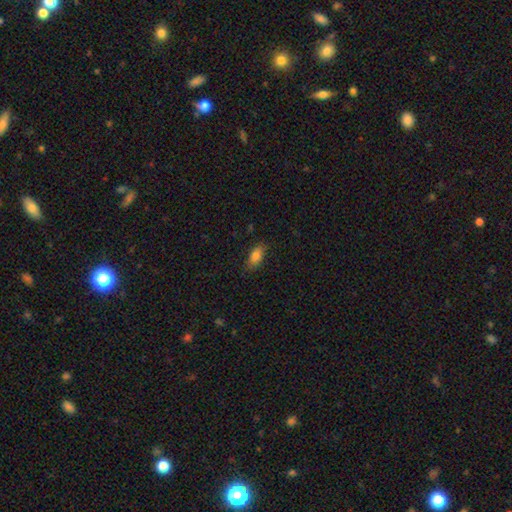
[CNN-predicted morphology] This appears to be a smooth galaxy with no disk features (83%) that is in between round and cigar-shaped (86%). Merging: none (78%).